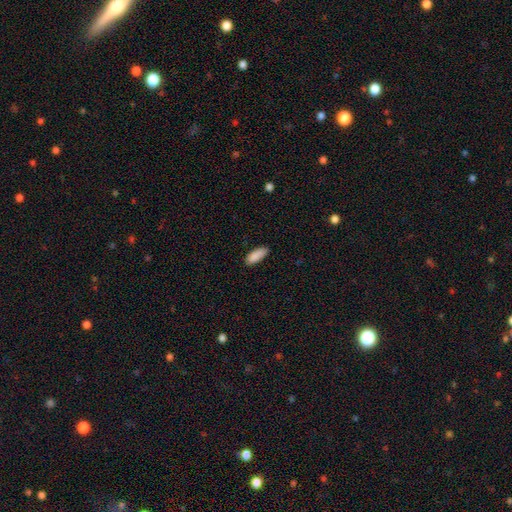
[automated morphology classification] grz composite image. It shows a smooth galaxy with no disk features (89%) that is in between round and cigar-shaped (76%). Merging: none (82%).